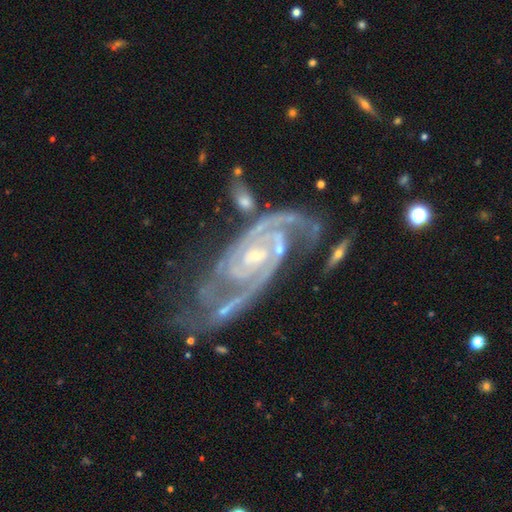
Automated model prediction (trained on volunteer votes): Q: Smooth or featured?
A: featured or disk (93%); runner-up: star or artifact (4%)
Q: Edge-on disk?
A: no (96%); runner-up: yes (4%)
Q: Bar?
A: no (44%); runner-up: weak (39%)
Q: Spiral arms?
A: yes (99%); runner-up: no (1%)
Q: Spiral winding?
A: tight (56%); runner-up: medium (38%)
Q: Spiral arm count?
A: 2 (77%); runner-up: 3 (10%)
Q: Bulge size?
A: small (61%); runner-up: moderate (33%)
Q: Merging?
A: none (57%); runner-up: minor disturbance (23%)